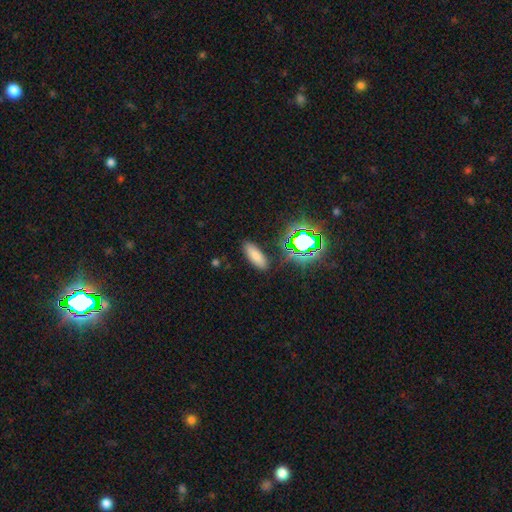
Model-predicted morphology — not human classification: This is likely a smooth galaxy (72%). How rounded: likely in between (69%). Merging: clearly none (87%).